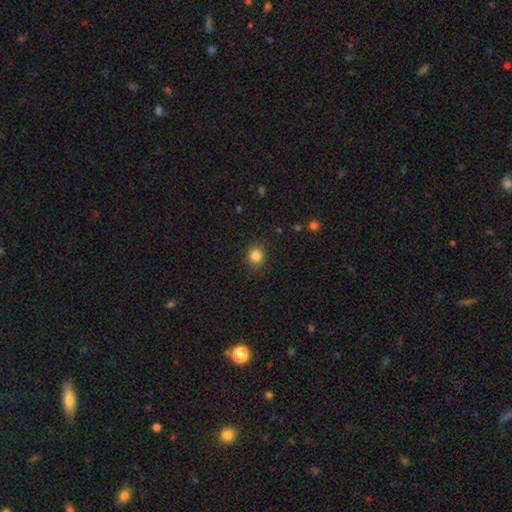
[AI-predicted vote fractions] Q: Smooth or featured?
A: smooth (85%); runner-up: star or artifact (11%)
Q: How rounded?
A: round (84%); runner-up: in between (15%)
Q: Merging?
A: none (88%); runner-up: minor disturbance (8%)